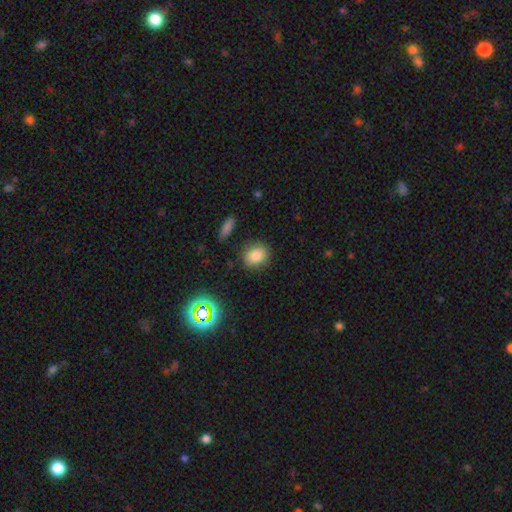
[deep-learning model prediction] smooth-or-featured: smooth: 81% | star or artifact: 12% | featured or disk: 7%
  how-rounded: round: 66% | in between: 33% | cigar-shaped: 1%
  merging: none: 85% | minor disturbance: 10% | major disturbance: 3% | merger: 2%